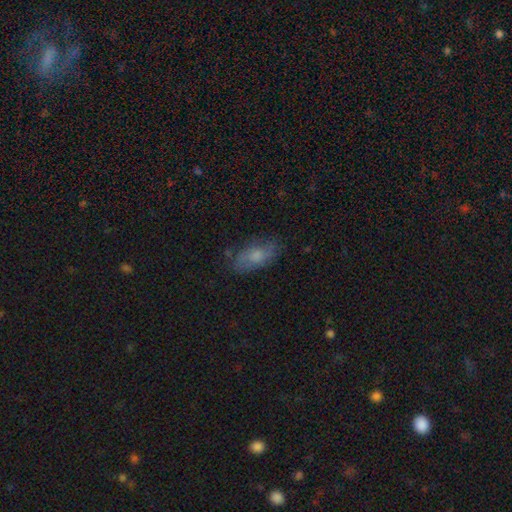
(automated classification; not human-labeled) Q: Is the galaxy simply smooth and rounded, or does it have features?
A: smooth — 64%.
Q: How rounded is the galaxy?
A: in between — 87%.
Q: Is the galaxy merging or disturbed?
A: none — 70%.